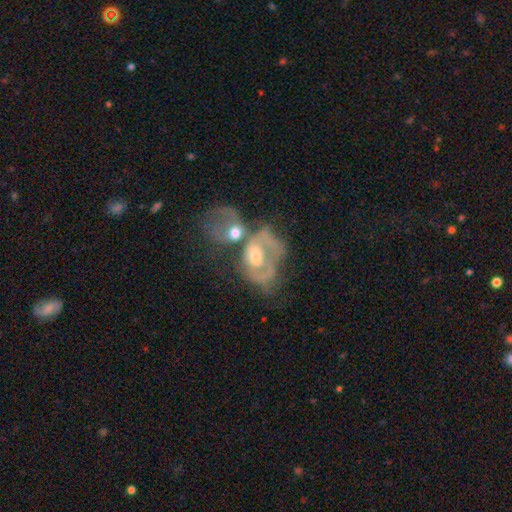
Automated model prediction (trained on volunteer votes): smooth_or_featured: featured or disk (p=0.64) [alt: smooth p=0.27]
disk_edge_on: no (p=0.96) [alt: yes p=0.04]
bar: no (p=0.73) [alt: weak p=0.22]
has_spiral_arms: no (p=0.54) [alt: yes p=0.46]
bulge_size: moderate (p=0.67) [alt: small p=0.16]
merging: merger (p=0.59) [alt: major disturbance p=0.19]